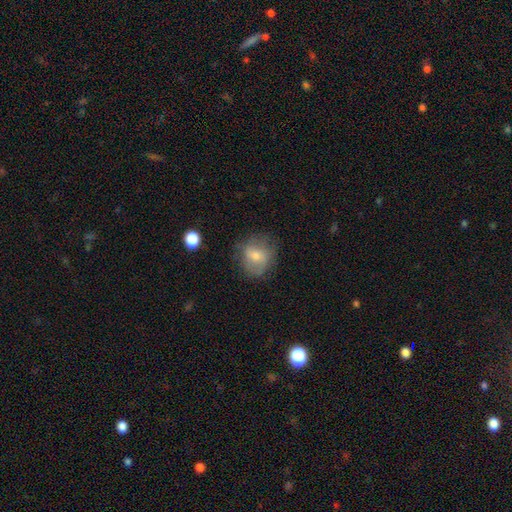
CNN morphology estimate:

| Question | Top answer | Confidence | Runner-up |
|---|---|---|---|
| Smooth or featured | smooth | 63% | featured or disk (26%) |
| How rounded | round | 73% | in between (26%) |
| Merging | none | 67% | minor disturbance (22%) |